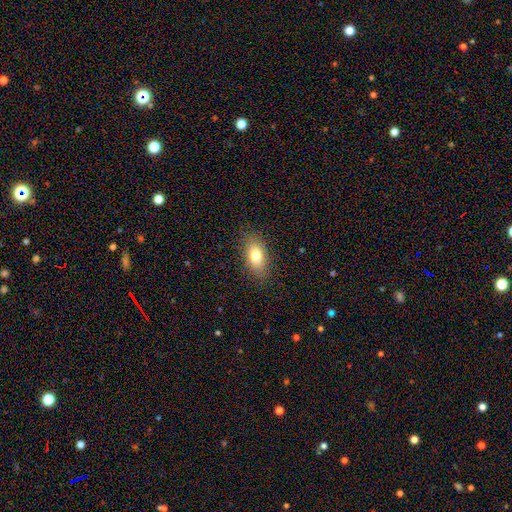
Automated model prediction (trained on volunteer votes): A smooth galaxy with no disk features (78%) that is in between round and cigar-shaped (87%).

Vote fractions:
- Smooth or featured? smooth: 78% / featured or disk: 14% / star or artifact: 8%
- How rounded? in between: 87% / cigar-shaped: 7% / round: 6%
- Merging? none: 85% / minor disturbance: 11% / major disturbance: 3% / merger: 1%